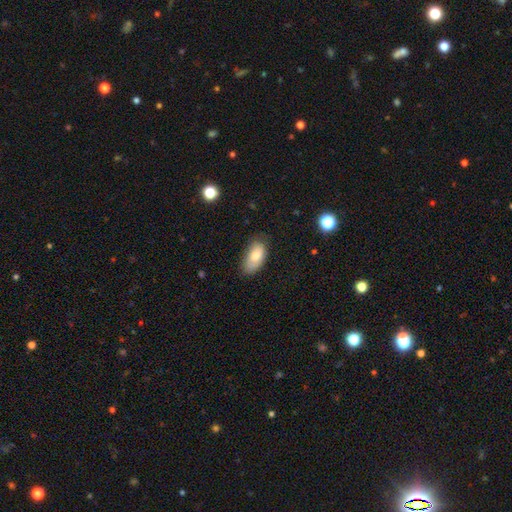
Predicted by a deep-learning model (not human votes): smooth_or_featured: smooth (p=0.77) [alt: featured or disk p=0.16]
how_rounded: in between (p=0.93) [alt: cigar-shaped p=0.03]
merging: none (p=0.66) [alt: minor disturbance p=0.27]